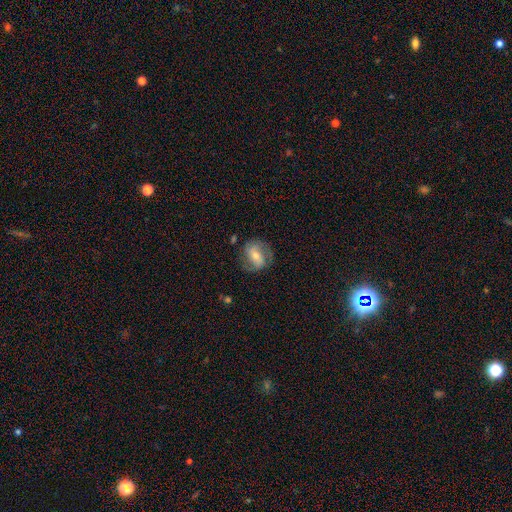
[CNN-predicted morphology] Q: Smooth or featured?
A: featured or disk (64%); runner-up: smooth (28%)
Q: Edge-on disk?
A: no (96%); runner-up: yes (4%)
Q: Bar?
A: weak (37%); runner-up: no (34%)
Q: Spiral arms?
A: yes (84%); runner-up: no (16%)
Q: Spiral winding?
A: medium (44%); runner-up: tight (32%)
Q: Spiral arm count?
A: 2 (81%); runner-up: can't tell (11%)
Q: Bulge size?
A: moderate (54%); runner-up: small (40%)
Q: Merging?
A: none (72%); runner-up: minor disturbance (17%)